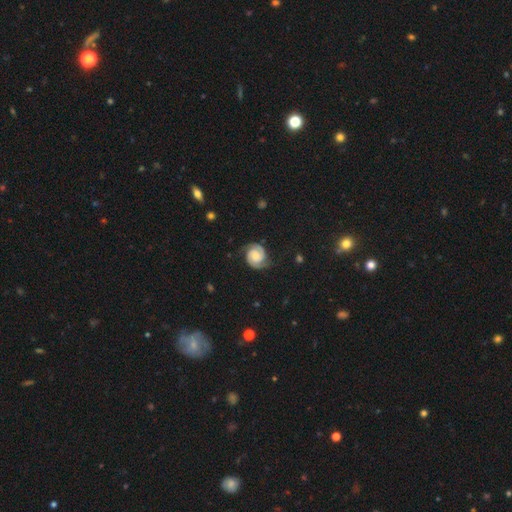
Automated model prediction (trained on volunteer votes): Overall: featured or disk (82%). Edge-on disk: no (98%). Bar: no (67%). Spiral arms: yes (97%). Spiral arm count: 2 (91%). Spiral winding: tight (57%; medium 35%). Bulge size: small (40%; moderate 36%). Merging: none (76%).